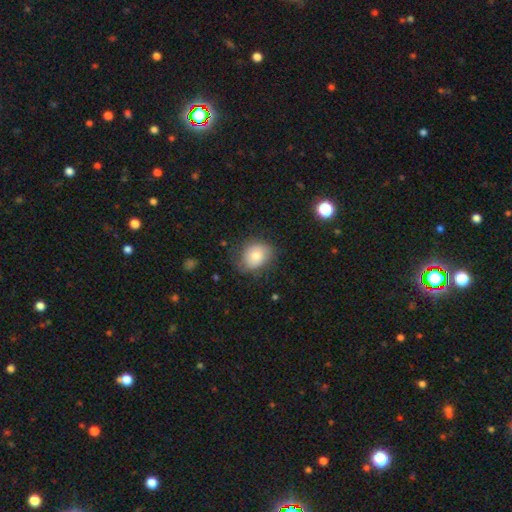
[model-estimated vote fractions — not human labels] Morphology: type=smooth (74%); roundness=round (55%); merging=none (68%).